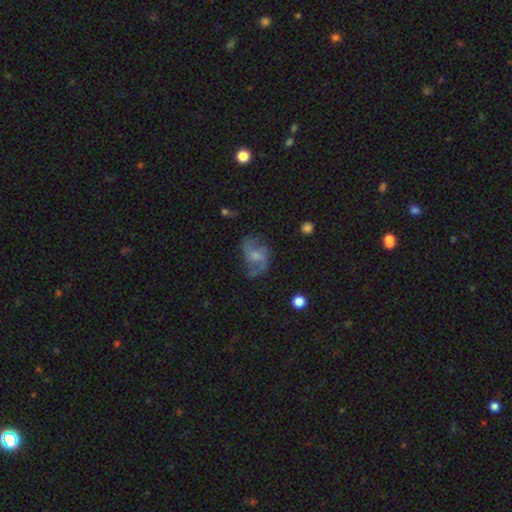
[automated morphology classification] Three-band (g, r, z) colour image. It shows a featured or disk galaxy (74%) with no bar (53%), 2 (74%) loose (53%) spiral arms (90%) and a small central bulge (41%). Merging: none (57%).